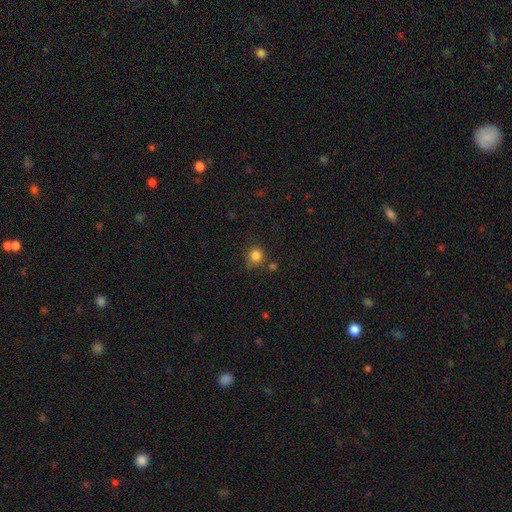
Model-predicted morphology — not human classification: This appears to be a smooth galaxy with no disk features (83%) that is round (88%). Merging: none (77%).